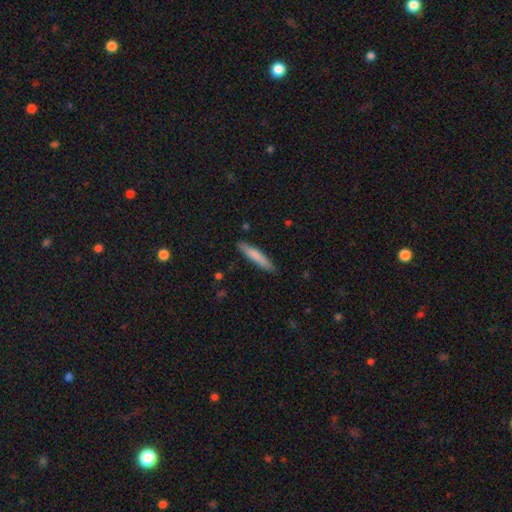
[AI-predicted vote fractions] Q: Smooth or featured?
A: smooth (78%); runner-up: featured or disk (17%)
Q: How rounded?
A: cigar-shaped (90%); runner-up: in between (8%)
Q: Merging?
A: none (87%); runner-up: minor disturbance (10%)